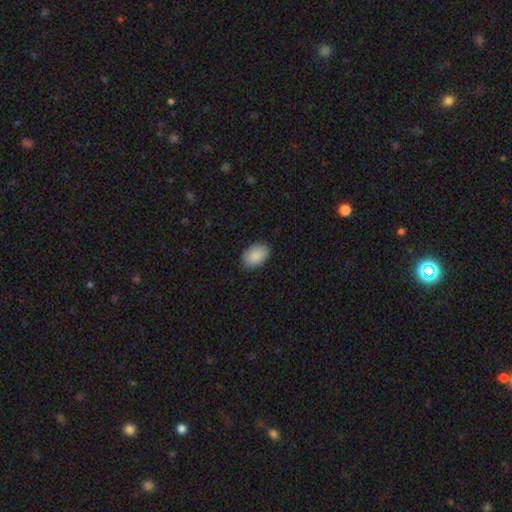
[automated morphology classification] type=smooth (89%); roundness=in between (89%); merging=none (85%).